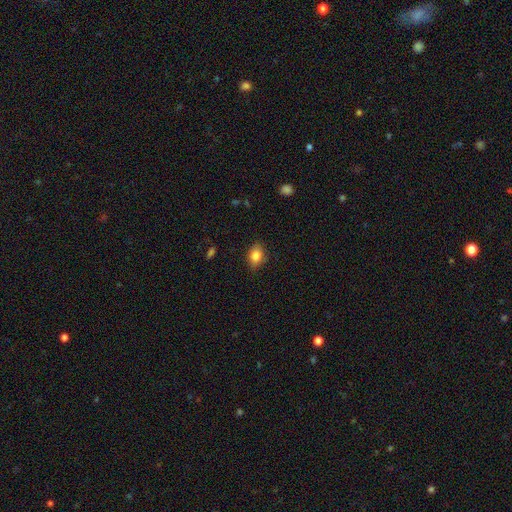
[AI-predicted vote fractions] smooth 83%, star or artifact 9%, featured or disk 8%. Down the decision tree: how rounded — in between (79%); merging — none (83%).